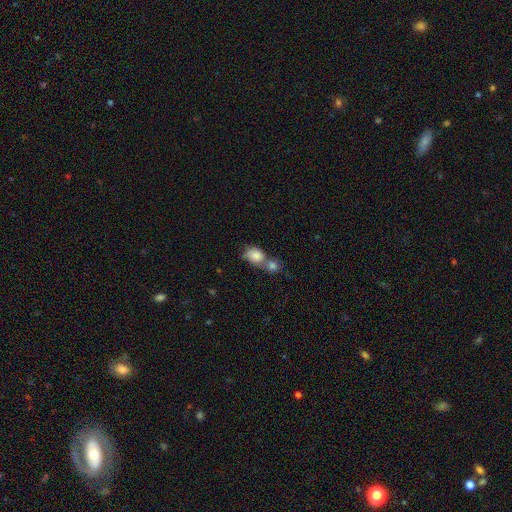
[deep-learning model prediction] Smooth or featured? smooth (81%)
How rounded? in between (59%)
Merging? merger (66%)